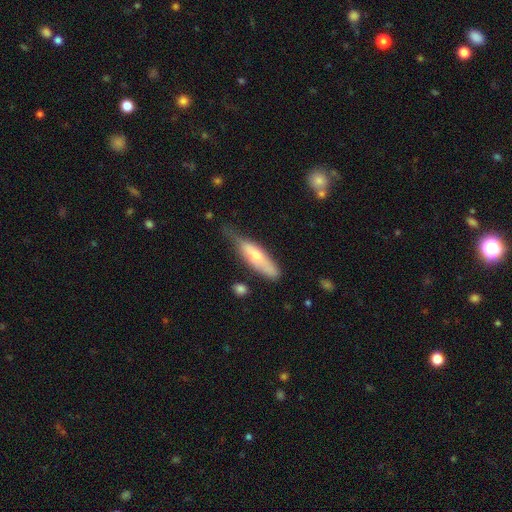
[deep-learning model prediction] This is possibly a smooth galaxy (58%). How rounded: likely cigar-shaped (61%). Merging: marginally none (44%).